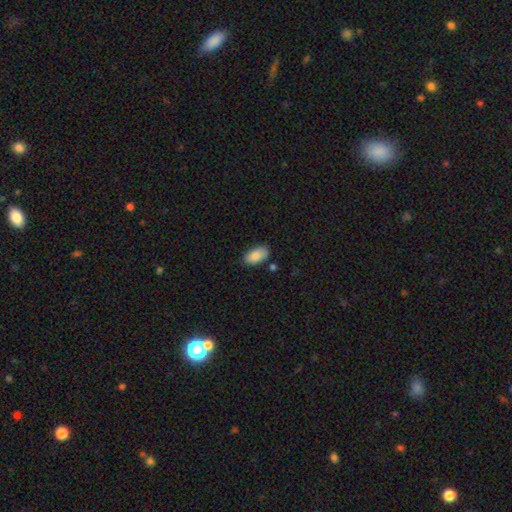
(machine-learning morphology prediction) A smooth galaxy with no disk features (87%) that is in between round and cigar-shaped (94%). Merging: none (79%).